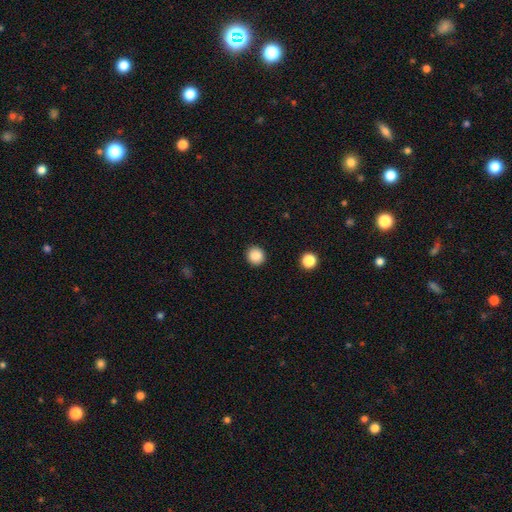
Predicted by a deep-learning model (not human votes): Smooth or featured?
  - smooth: 87% *
  - star or artifact: 10%
  - featured or disk: 4%
How rounded?
  - round: 91% *
  - in between: 8%
  - cigar-shaped: 1%
Merging?
  - none: 92% *
  - minor disturbance: 5%
  - major disturbance: 2%
  - merger: 1%